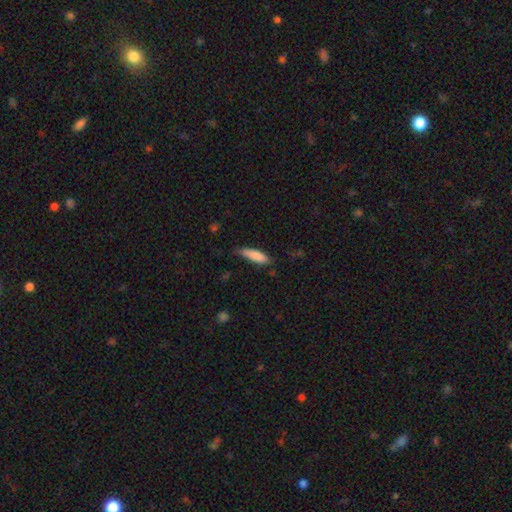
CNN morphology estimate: A smooth galaxy with no disk features (85%) that is cigar-shaped (56%). Merging: none (62%).